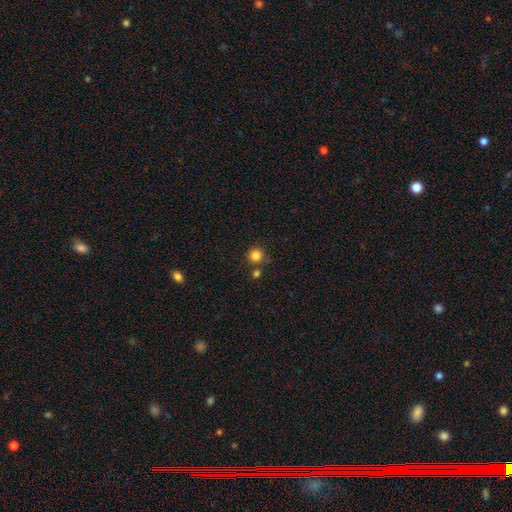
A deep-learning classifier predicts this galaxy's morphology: smooth_or_featured: smooth (p=0.84) [alt: star or artifact p=0.12]
how_rounded: round (p=0.94) [alt: in between p=0.05]
merging: none (p=0.79) [alt: merger p=0.10]